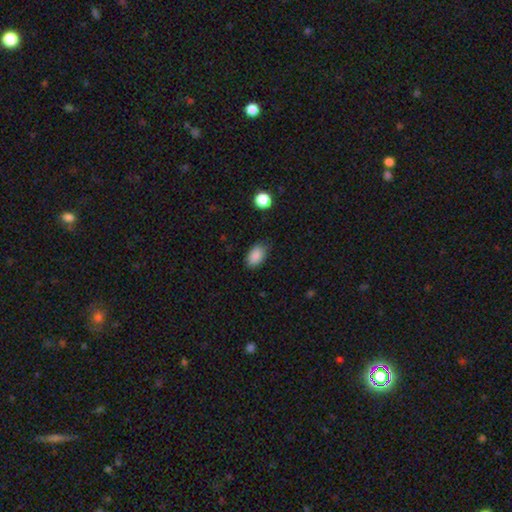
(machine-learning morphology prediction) Smooth or featured?
  - smooth: 88% *
  - star or artifact: 8%
  - featured or disk: 4%
How rounded?
  - in between: 89% *
  - round: 9%
  - cigar-shaped: 1%
Merging?
  - none: 79% *
  - minor disturbance: 16%
  - major disturbance: 3%
  - merger: 1%